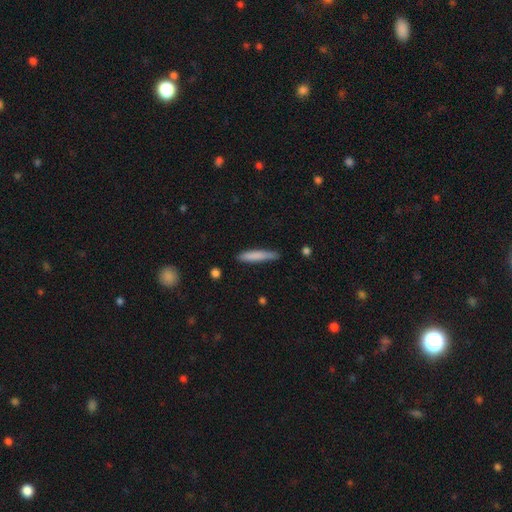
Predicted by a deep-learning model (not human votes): Q: Smooth or featured?
A: smooth (80%); runner-up: featured or disk (14%)
Q: How rounded?
A: cigar-shaped (91%); runner-up: in between (8%)
Q: Merging?
A: none (79%); runner-up: minor disturbance (17%)